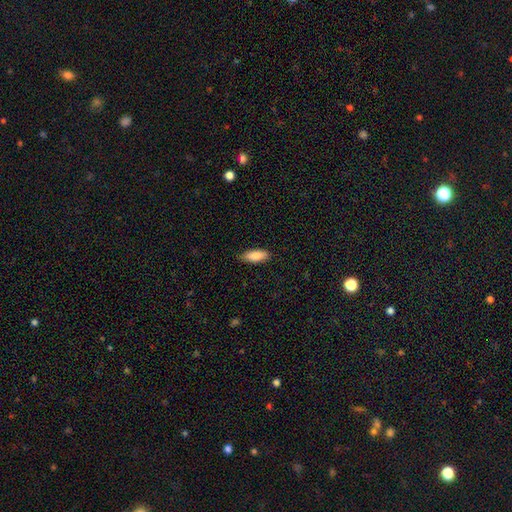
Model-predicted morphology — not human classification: The model was most divided on "how rounded": in between: 77%, cigar-shaped: 22%, round: 2%. More confident: smooth or featured — smooth (87%); merging — none (85%).